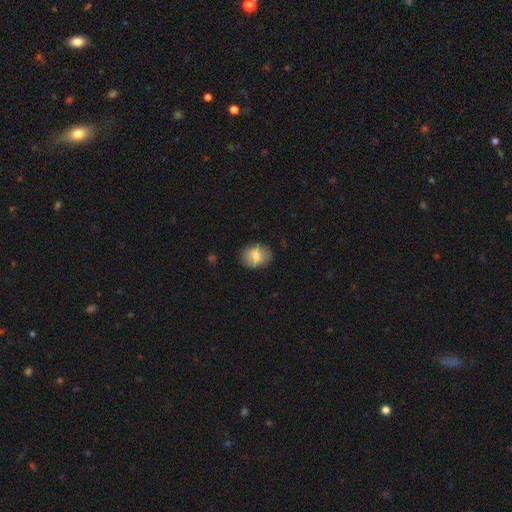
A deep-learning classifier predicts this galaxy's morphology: Smooth or featured? Predicted: smooth (p=0.75). How rounded? Predicted: in between (p=0.60). Merging? Predicted: none (p=0.82).